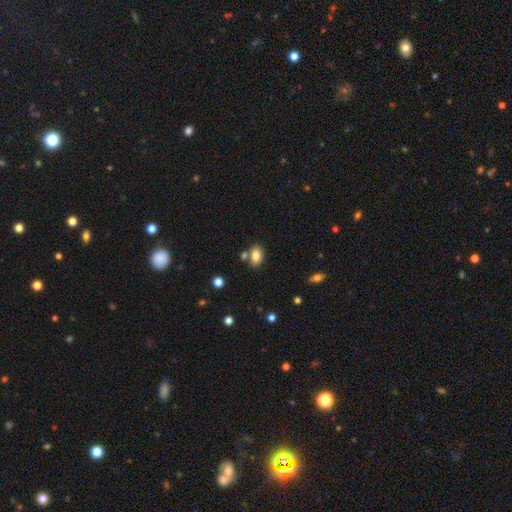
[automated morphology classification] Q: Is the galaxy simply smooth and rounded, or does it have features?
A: smooth — 82%.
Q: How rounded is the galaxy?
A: in between — 88%.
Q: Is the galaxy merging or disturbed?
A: none — 72%.